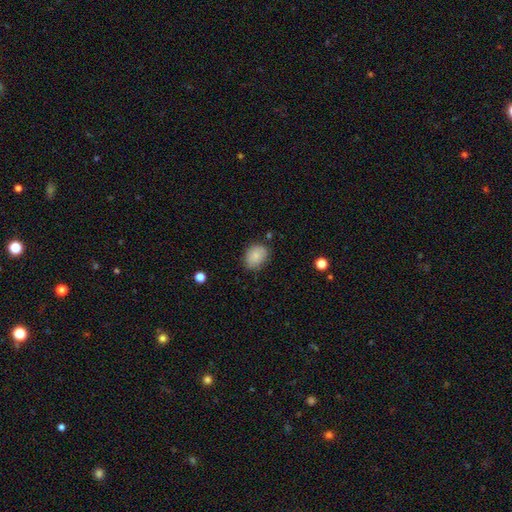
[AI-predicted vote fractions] This appears to be a smooth galaxy with no disk features (85%) that is in between round and cigar-shaped (62%). Merging: none (77%).